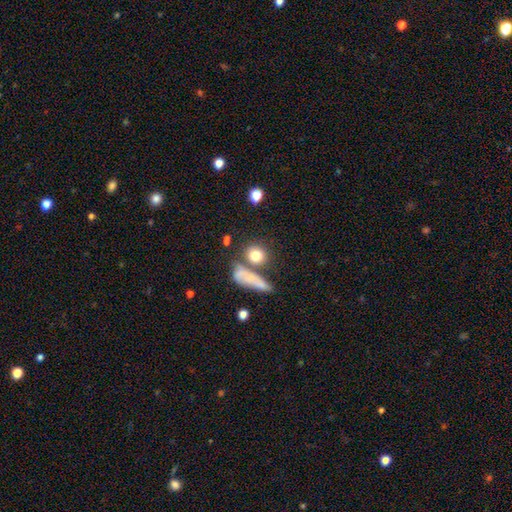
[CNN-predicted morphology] Q: Smooth or featured?
A: smooth (78%); runner-up: featured or disk (12%)
Q: How rounded?
A: round (73%); runner-up: in between (20%)
Q: Merging?
A: none (60%); runner-up: merger (21%)